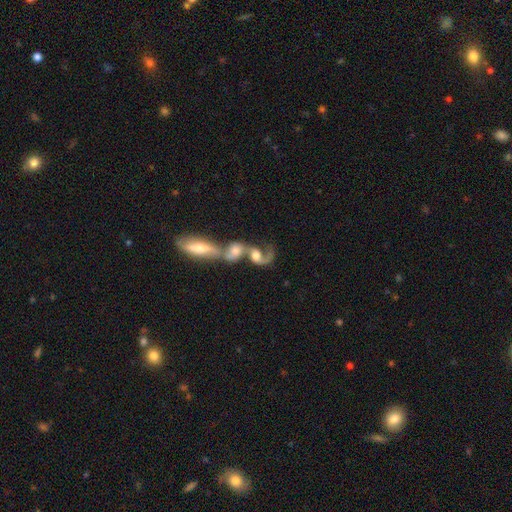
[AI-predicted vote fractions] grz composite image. It shows a featured or disk galaxy (70%) with no bar (65%), 2 (62%) loose (63%) spiral arms (86%) and a moderate central bulge (54%). Merging: merger (75%).